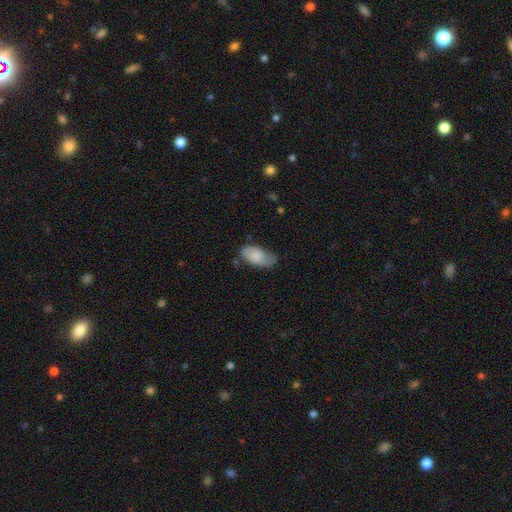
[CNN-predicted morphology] Smooth or featured? smooth (66%)
How rounded? in between (93%)
Merging? none (49%)